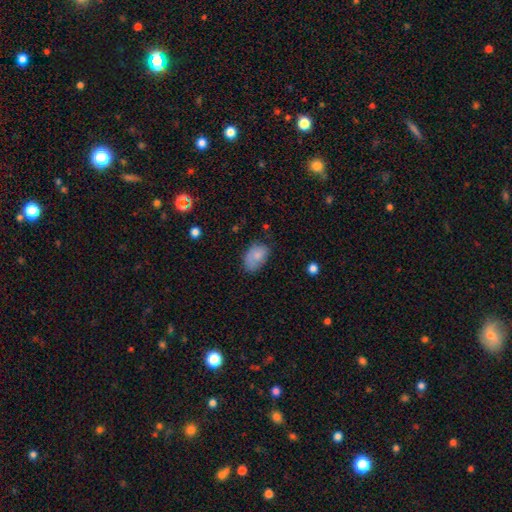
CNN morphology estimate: type=smooth (80%); roundness=in between (89%); merging=none (55%).